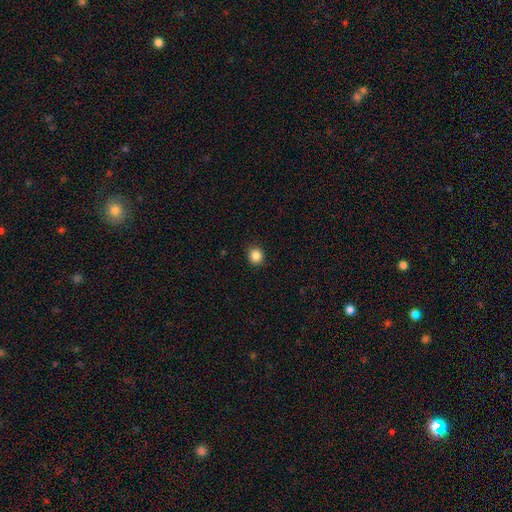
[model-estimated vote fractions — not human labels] This appears to be a smooth galaxy with no disk features (86%) that is round (88%). Merging: none (90%).